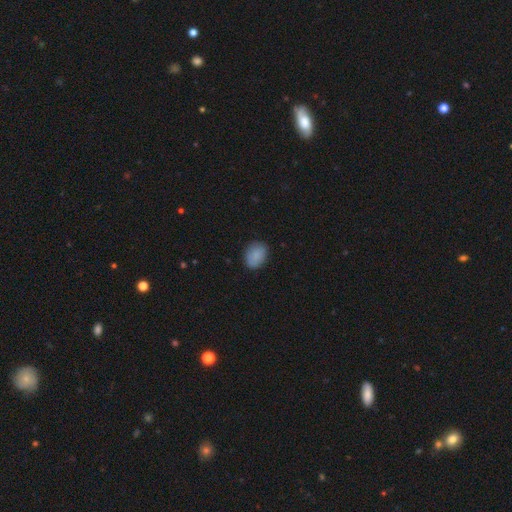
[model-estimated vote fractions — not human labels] Overall: smooth (87%). How rounded: in between (68%; round 31%). Merging: none (83%).